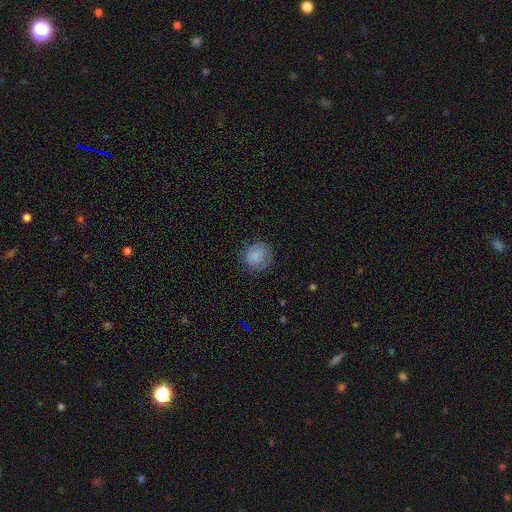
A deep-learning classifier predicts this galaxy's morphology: Overall: smooth (81%). How rounded: round (80%). Merging: none (77%).